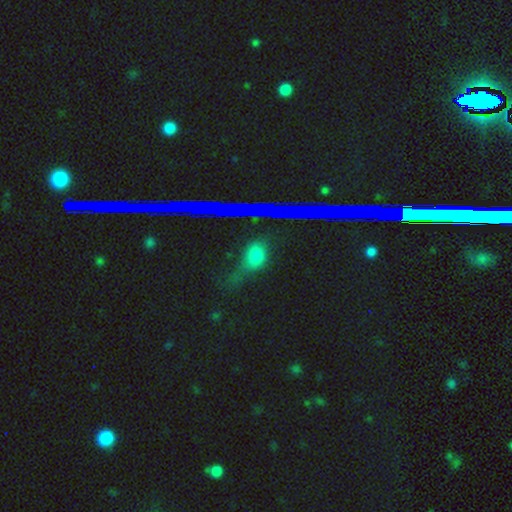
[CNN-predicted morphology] Smooth or featured? Predicted: smooth (p=0.55). How rounded? Predicted: in between (p=0.57). Merging? Predicted: none (p=0.74).